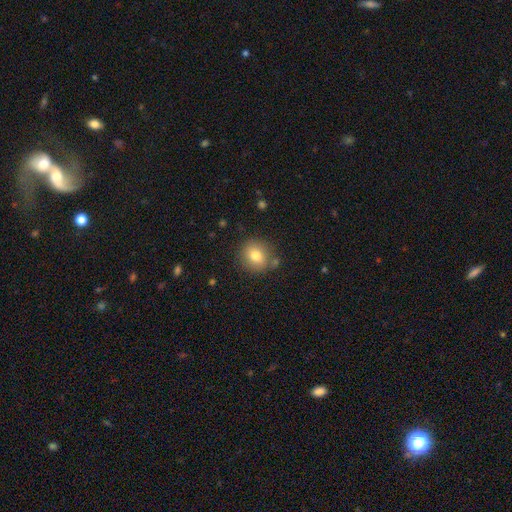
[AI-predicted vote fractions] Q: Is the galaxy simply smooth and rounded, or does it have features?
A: smooth — 78%.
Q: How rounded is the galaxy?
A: round — 85%.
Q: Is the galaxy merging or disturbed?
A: none — 82%.